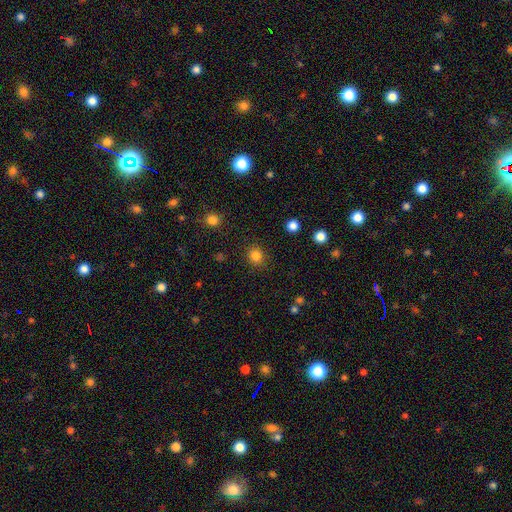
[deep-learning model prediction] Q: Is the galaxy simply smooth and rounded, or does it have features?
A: smooth — 83%.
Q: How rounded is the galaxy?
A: round — 85%.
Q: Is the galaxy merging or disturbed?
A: none — 88%.